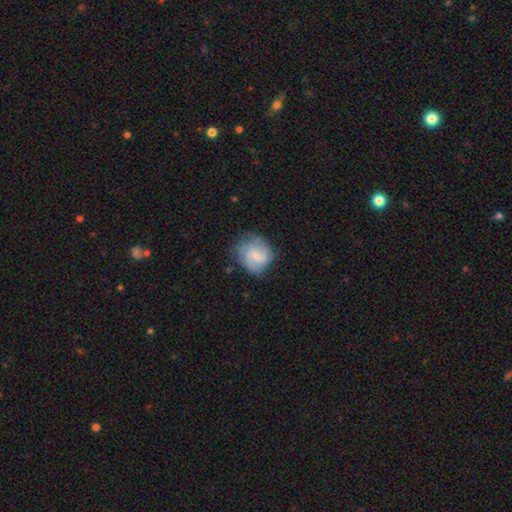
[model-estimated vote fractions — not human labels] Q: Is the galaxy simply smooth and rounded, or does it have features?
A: featured or disk — 66%.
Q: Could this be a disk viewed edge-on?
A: no — 98%.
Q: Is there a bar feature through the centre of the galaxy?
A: weak — 49%.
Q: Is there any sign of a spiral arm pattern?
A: yes — 91%.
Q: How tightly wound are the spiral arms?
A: medium — 47%.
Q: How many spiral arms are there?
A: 2 — 46%.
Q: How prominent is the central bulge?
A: small — 65%.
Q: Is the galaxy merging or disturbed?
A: none — 67%.